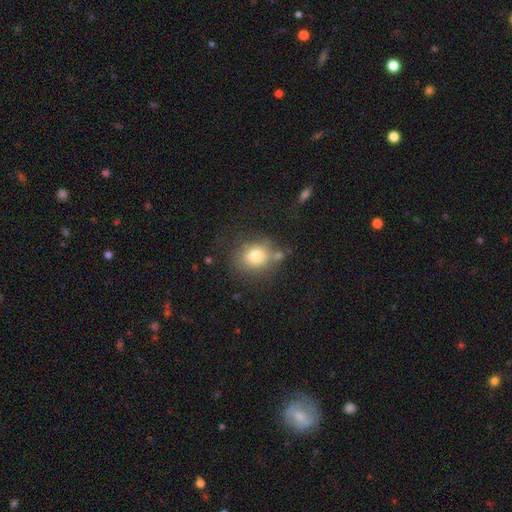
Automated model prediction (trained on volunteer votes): smooth 78%, featured or disk 12%, star or artifact 11%. Down the decision tree: how rounded — round (70%); merging — none (69%).